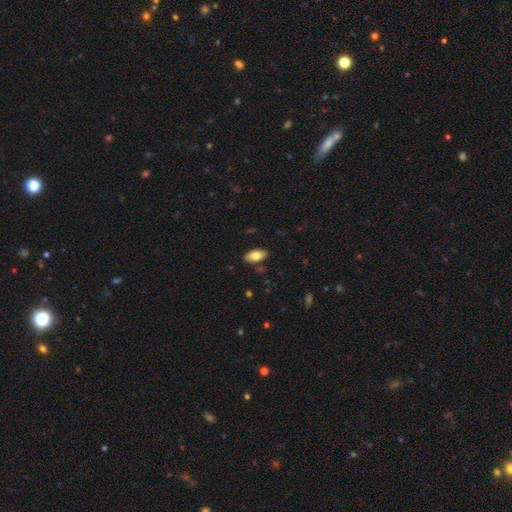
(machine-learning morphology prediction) Smooth or featured?
  - smooth: 79% *
  - featured or disk: 15%
  - star or artifact: 7%
How rounded?
  - in between: 91% *
  - cigar-shaped: 6%
  - round: 2%
Merging?
  - none: 86% *
  - minor disturbance: 10%
  - major disturbance: 2%
  - merger: 2%